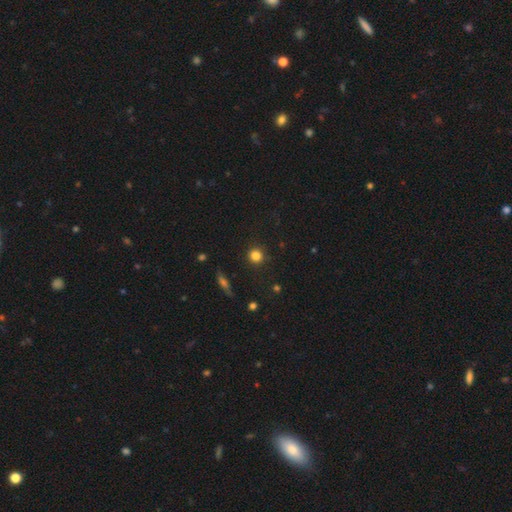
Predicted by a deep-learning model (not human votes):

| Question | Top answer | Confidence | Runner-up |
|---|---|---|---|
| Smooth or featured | smooth | 83% | star or artifact (12%) |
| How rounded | round | 91% | in between (7%) |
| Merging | none | 89% | minor disturbance (7%) |